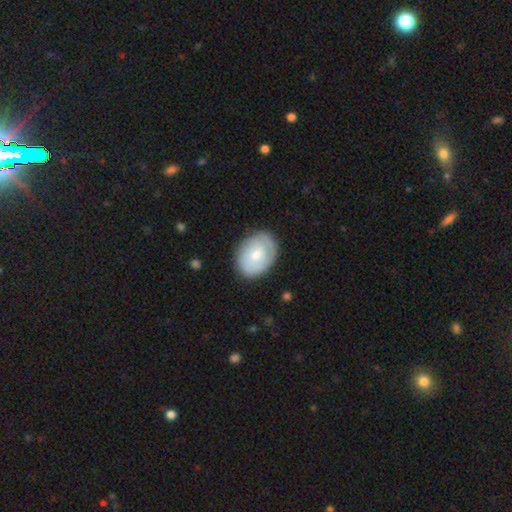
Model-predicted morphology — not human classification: Smooth or featured? Predicted: smooth (p=0.61). How rounded? Predicted: in between (p=0.69). Merging? Predicted: none (p=0.80).